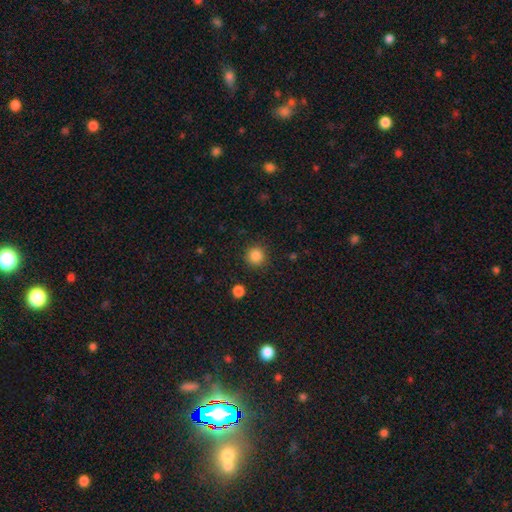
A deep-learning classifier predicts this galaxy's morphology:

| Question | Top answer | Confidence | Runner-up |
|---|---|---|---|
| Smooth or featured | smooth | 85% | star or artifact (11%) |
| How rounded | round | 94% | in between (5%) |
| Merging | none | 90% | minor disturbance (6%) |